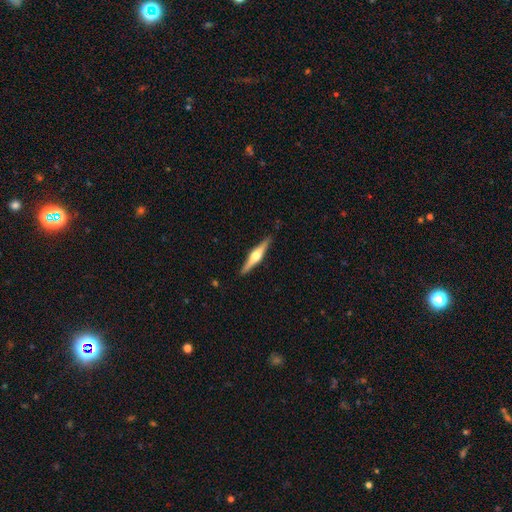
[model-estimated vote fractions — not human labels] featured or disk 74%, smooth 22%, star or artifact 5%. Down the decision tree: edge-on disk — yes (98%); edge-on bulge — rounded (94%); merging — none (90%).